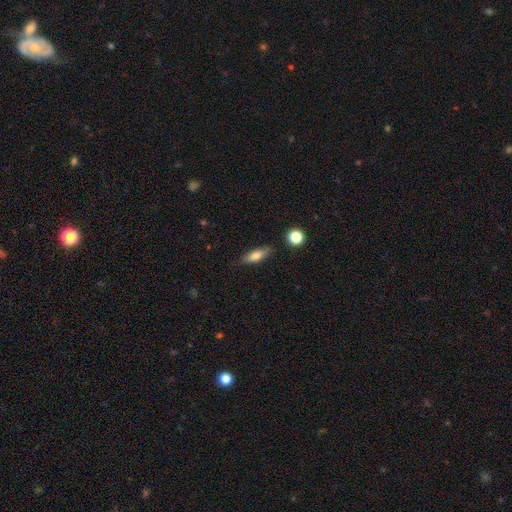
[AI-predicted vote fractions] smooth_or_featured: smooth (p=0.72) [alt: featured or disk p=0.20]
how_rounded: in between (p=0.56) [alt: cigar-shaped p=0.40]
merging: none (p=0.81) [alt: minor disturbance p=0.14]